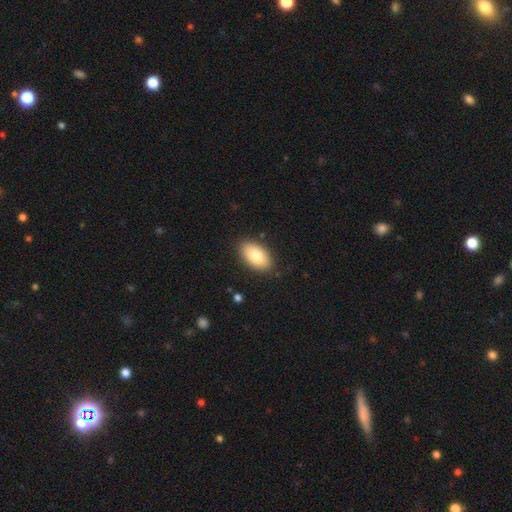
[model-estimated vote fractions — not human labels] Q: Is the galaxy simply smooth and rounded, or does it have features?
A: smooth — 82%.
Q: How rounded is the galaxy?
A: in between — 94%.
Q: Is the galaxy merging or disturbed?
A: none — 87%.